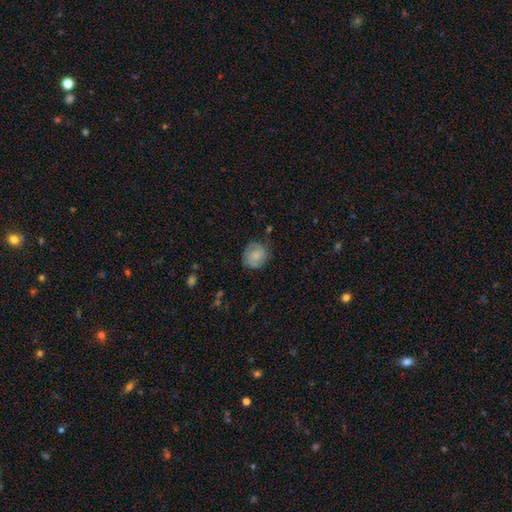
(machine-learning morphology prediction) This is likely a smooth galaxy (73%). How rounded: clearly round (84%). Merging: likely none (71%).